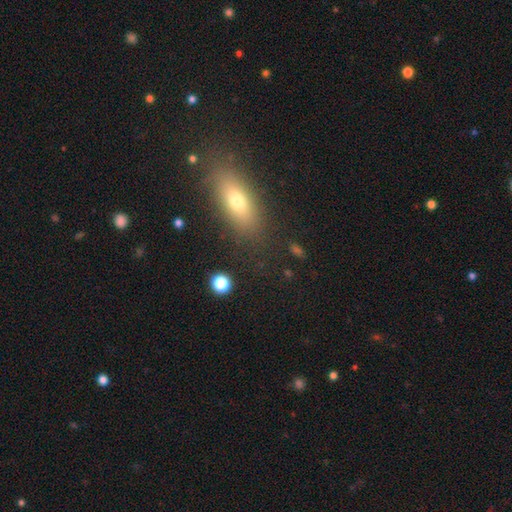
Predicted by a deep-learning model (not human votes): This is likely a smooth galaxy (66%). How rounded: likely in between (70%). Merging: clearly none (85%).